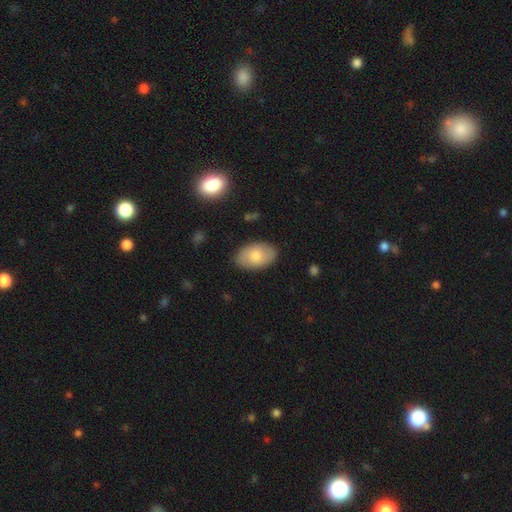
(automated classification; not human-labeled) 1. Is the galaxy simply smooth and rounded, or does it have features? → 75% smooth, 19% featured or disk, 6% star or artifact.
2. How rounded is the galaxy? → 92% in between, 7% round, 1% cigar-shaped.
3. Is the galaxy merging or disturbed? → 84% none, 12% minor disturbance, 3% major disturbance, 1% merger.